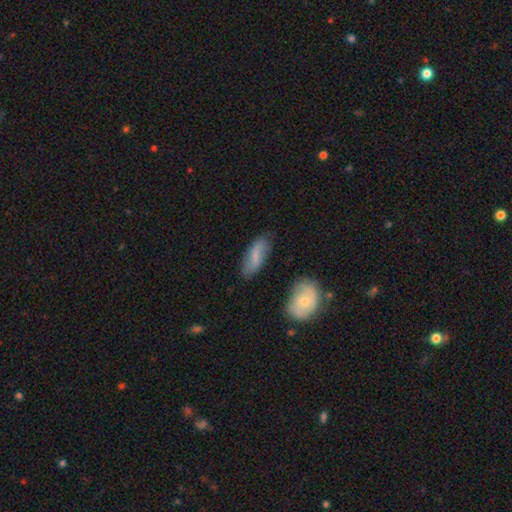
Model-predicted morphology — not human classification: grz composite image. It shows a smooth galaxy with no disk features (63%) that is in between round and cigar-shaped (73%). Merging: none (75%).